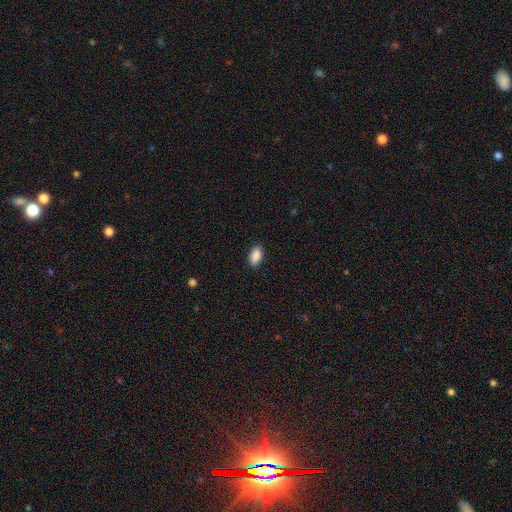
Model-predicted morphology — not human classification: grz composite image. It shows a smooth galaxy with no disk features (89%) that is in between round and cigar-shaped (92%). Merging: none (88%).